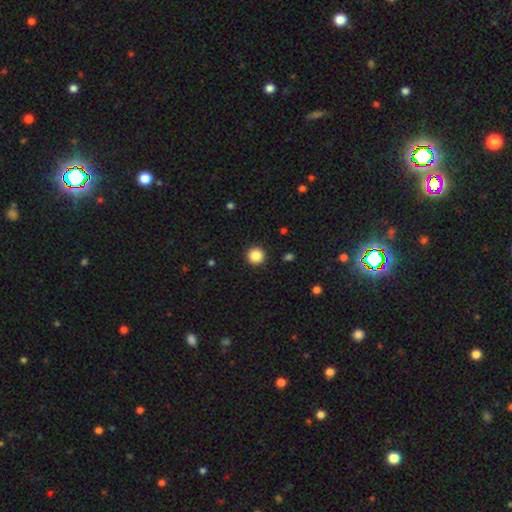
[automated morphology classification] A smooth galaxy with no disk features (86%) that is round (96%). Merging: none (93%).